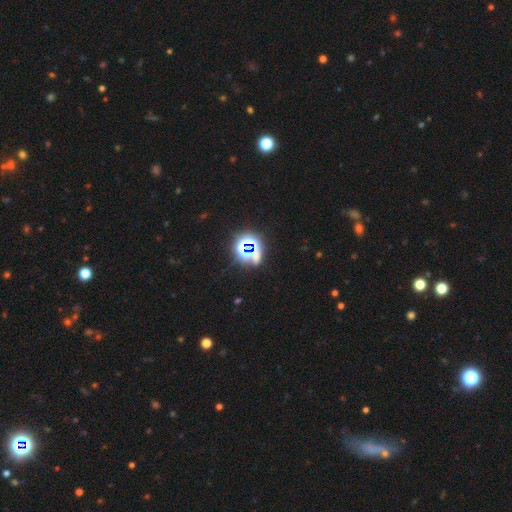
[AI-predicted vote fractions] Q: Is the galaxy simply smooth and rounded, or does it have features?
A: star or artifact — 71%.